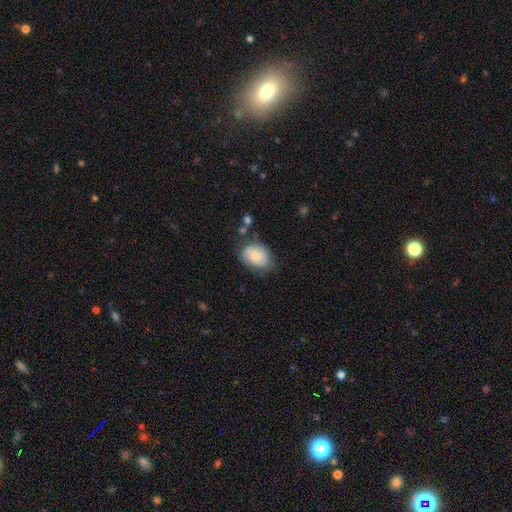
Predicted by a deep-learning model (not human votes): The model was most divided on "merging": none: 62%, minor disturbance: 27%, major disturbance: 8%, merger: 3%. More confident: how rounded — in between (68%); smooth or featured — smooth (67%).